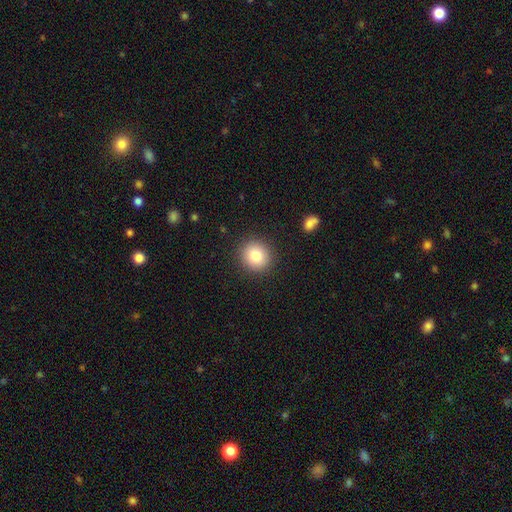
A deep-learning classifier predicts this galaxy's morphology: Smooth or featured? Predicted: smooth (p=0.82). How rounded? Predicted: round (p=0.89). Merging? Predicted: none (p=0.90).